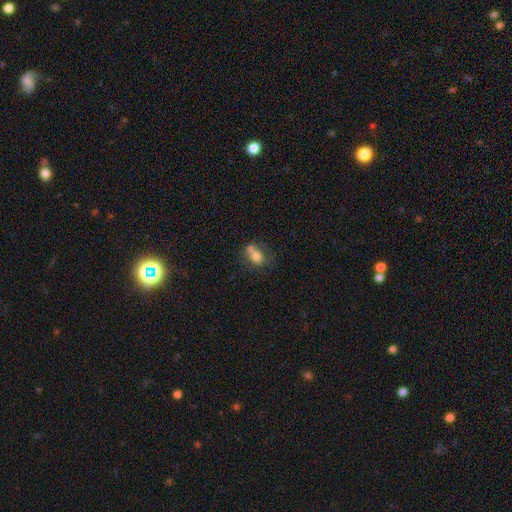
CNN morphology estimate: smooth_or_featured: smooth (p=0.68) [alt: featured or disk p=0.21]
how_rounded: in between (p=0.67) [alt: round p=0.31]
merging: merger (p=0.42) [alt: none p=0.34]